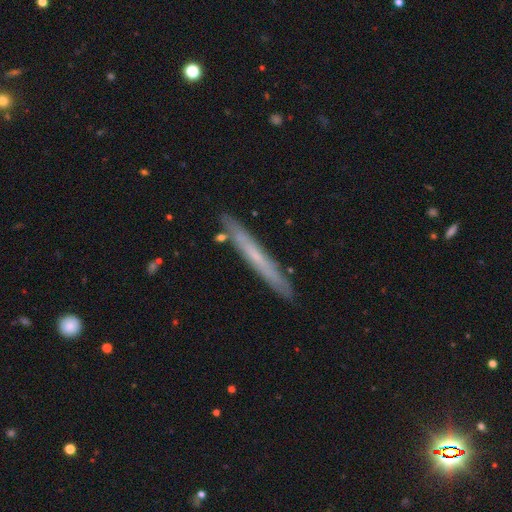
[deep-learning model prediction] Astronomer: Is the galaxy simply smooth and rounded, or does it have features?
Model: featured or disk — 51% (runner-up: smooth, 42%).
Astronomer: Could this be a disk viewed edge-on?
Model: yes — 90%.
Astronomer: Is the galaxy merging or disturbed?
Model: none — 86%.